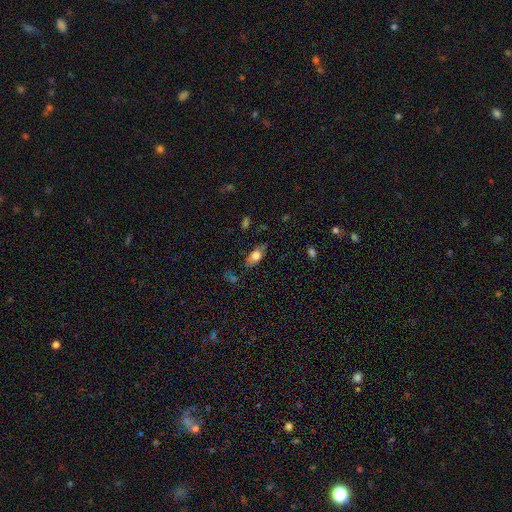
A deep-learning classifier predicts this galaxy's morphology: type=smooth (73%); roundness=in between (86%); merging=none (74%).